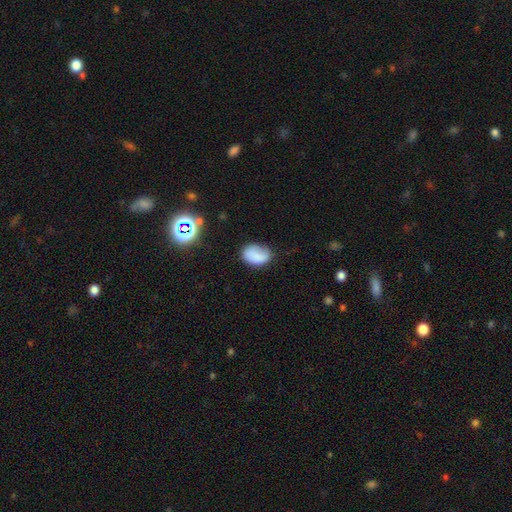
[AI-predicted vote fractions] This appears to be a smooth galaxy with no disk features (79%) that is in between round and cigar-shaped (81%). Merging: none (64%).